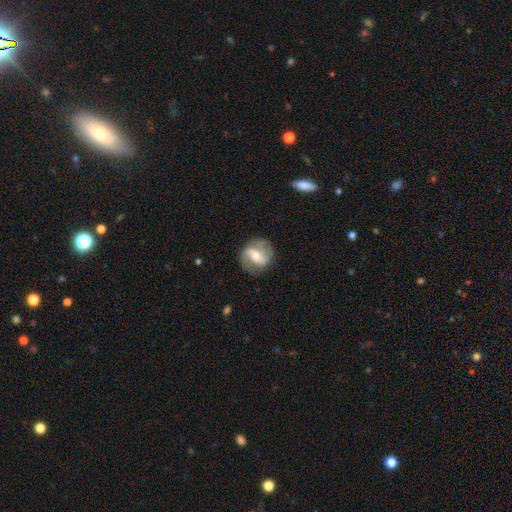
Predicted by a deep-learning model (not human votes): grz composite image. It shows a featured or disk galaxy (81%) with a weak bar (43%), 2 (85%) medium (49%) spiral arms (93%) and a moderate central bulge (59%). Merging: none (80%).